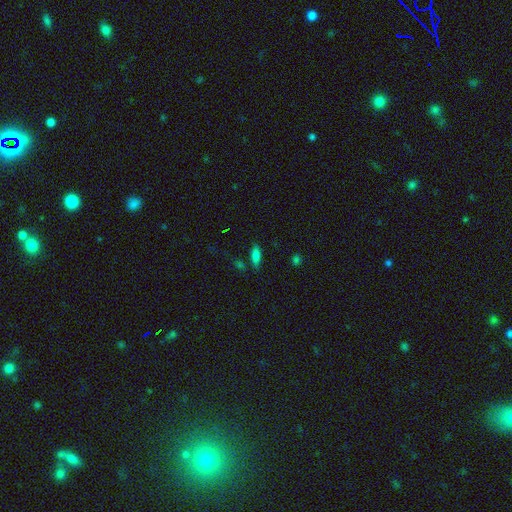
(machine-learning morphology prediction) type=smooth (76%); roundness=in between (67%); merging=none (76%).